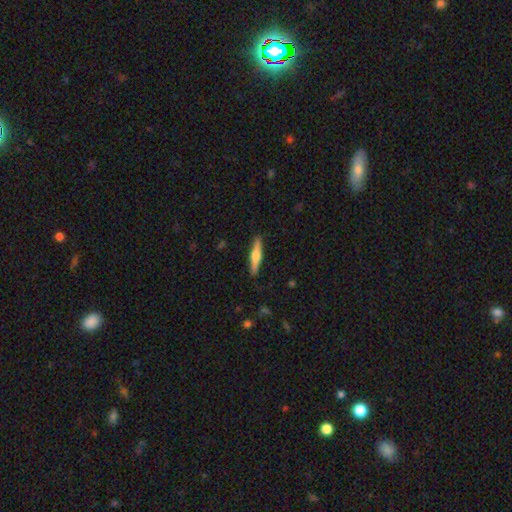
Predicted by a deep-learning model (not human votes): Smooth or featured: featured or disk — 51% (smooth — 44%)
Edge-on disk: yes — 96% (no — 4%)
Merging: none — 90% (minor disturbance — 7%)